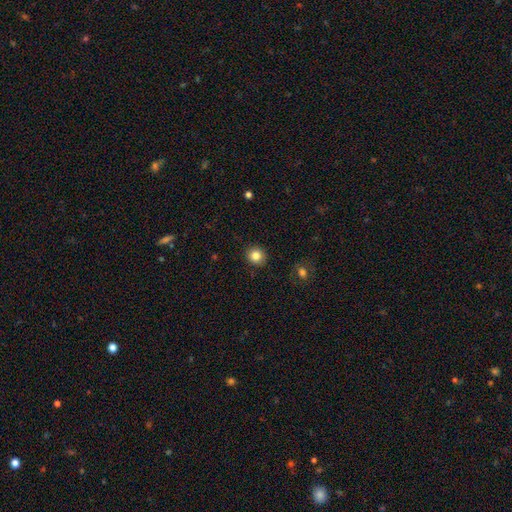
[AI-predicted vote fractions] Smooth or featured: smooth — 84% (star or artifact — 11%)
How rounded: round — 89% (in between — 10%)
Merging: none — 91% (minor disturbance — 6%)